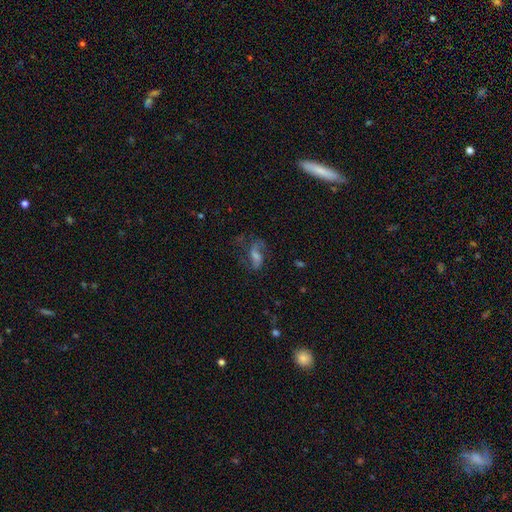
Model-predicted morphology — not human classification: Smooth or featured: featured or disk — 65% (smooth — 20%)
Edge-on disk: no — 93% (yes — 7%)
Bar: weak — 43% (no — 36%)
Spiral arms: yes — 88% (no — 12%)
Spiral winding: loose — 51% (medium — 38%)
Spiral arm count: 2 — 80% (can't tell — 9%)
Bulge size: moderate — 39% (small — 33%)
Merging: none — 61% (major disturbance — 18%)